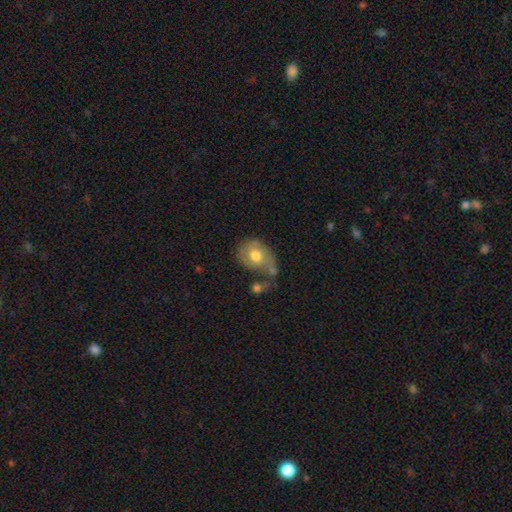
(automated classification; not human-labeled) smooth_or_featured: smooth (p=0.59) [alt: featured or disk p=0.35]
how_rounded: in between (p=0.51) [alt: round p=0.47]
merging: none (p=0.31) [alt: minor disturbance p=0.25]